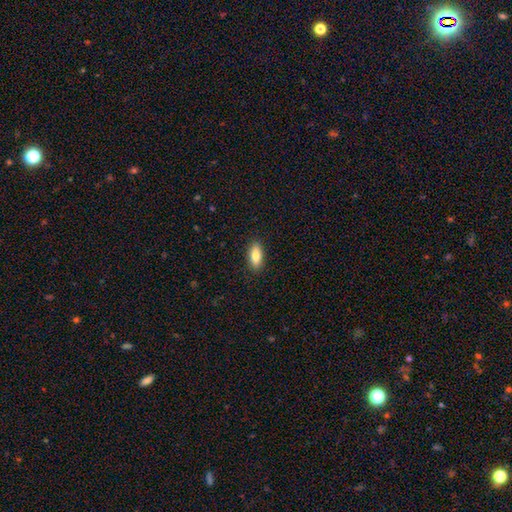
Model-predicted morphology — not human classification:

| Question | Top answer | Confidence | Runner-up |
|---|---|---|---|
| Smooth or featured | smooth | 80% | featured or disk (13%) |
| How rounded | in between | 80% | cigar-shaped (17%) |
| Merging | none | 89% | minor disturbance (8%) |